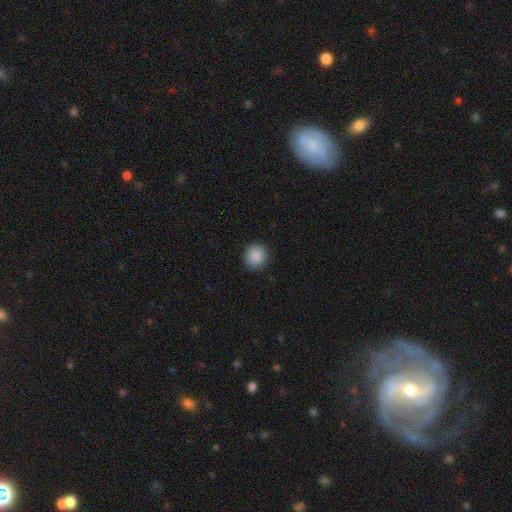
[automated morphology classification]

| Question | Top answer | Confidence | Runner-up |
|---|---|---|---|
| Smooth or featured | smooth | 89% | star or artifact (8%) |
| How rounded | round | 93% | in between (6%) |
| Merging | none | 91% | minor disturbance (6%) |